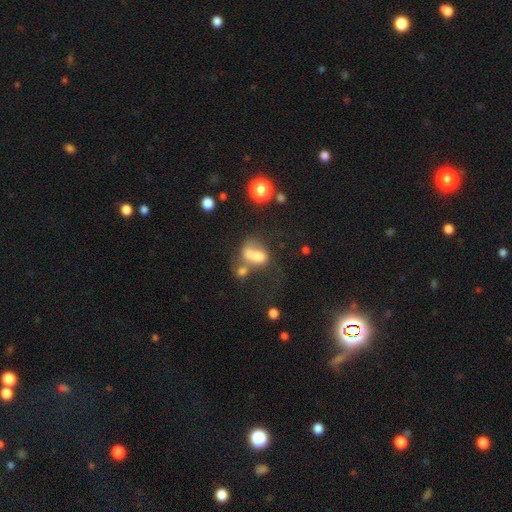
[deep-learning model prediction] This appears to be a smooth galaxy with no disk features (56%) that is in between round and cigar-shaped (66%). Merging: merger (56%).